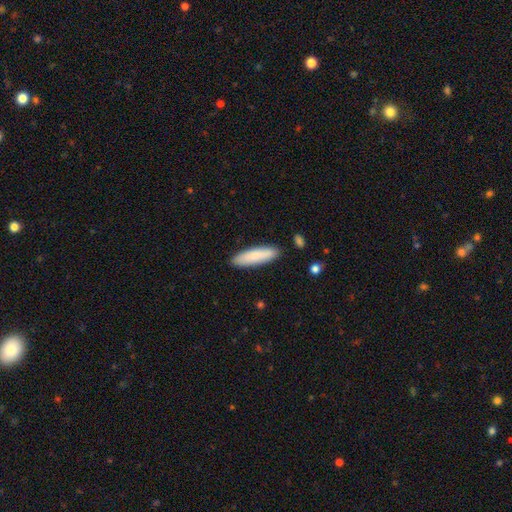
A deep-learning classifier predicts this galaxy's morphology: A smooth galaxy with no disk features (85%) that is cigar-shaped (70%).

Vote fractions:
- Smooth or featured? smooth: 85% / featured or disk: 10% / star or artifact: 5%
- How rounded? cigar-shaped: 70% / in between: 29% / round: 1%
- Merging? none: 89% / minor disturbance: 8% / merger: 2% / major disturbance: 2%